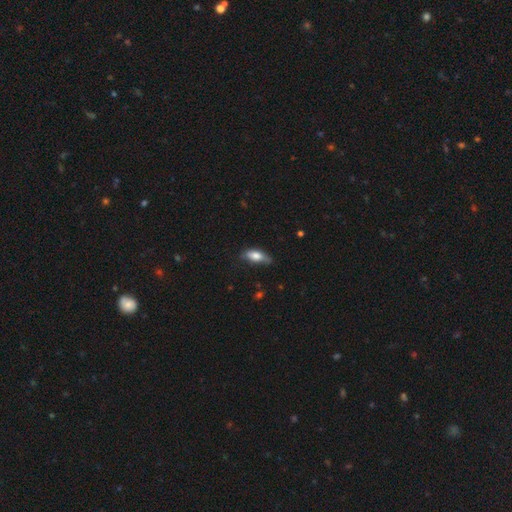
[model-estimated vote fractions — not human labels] Smooth or featured? Predicted: smooth (p=0.72). How rounded? Predicted: in between (p=0.73). Merging? Predicted: none (p=0.59).